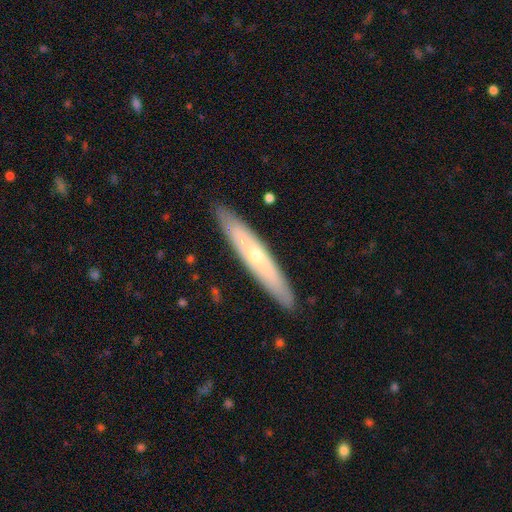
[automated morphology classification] Overall: featured or disk (54%; smooth 40%). Edge-on disk: yes (80%). Merging: none (90%).